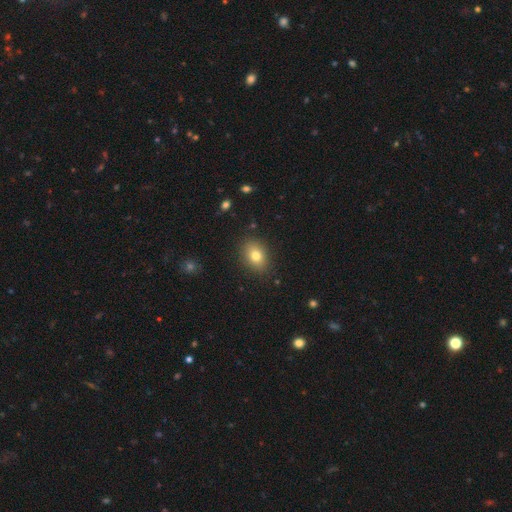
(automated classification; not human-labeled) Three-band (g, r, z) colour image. It shows a smooth galaxy with no disk features (78%) that is in between round and cigar-shaped (72%). Merging: none (87%).